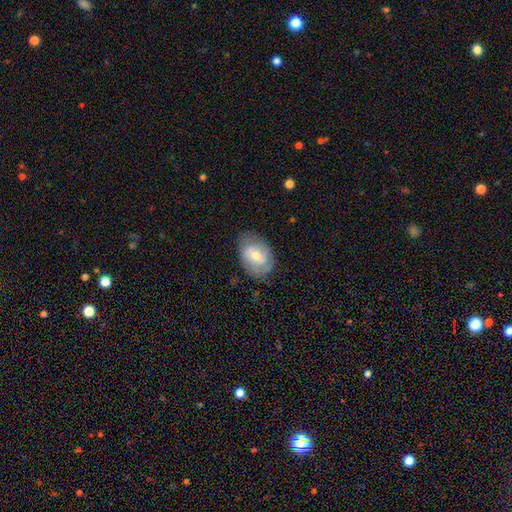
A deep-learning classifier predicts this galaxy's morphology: Smooth or featured: featured or disk — 52% (smooth — 41%)
Edge-on disk: no — 95% (yes — 5%)
Merging: none — 74% (minor disturbance — 19%)